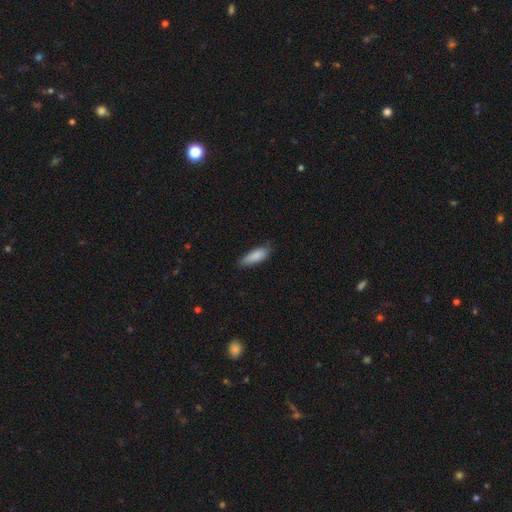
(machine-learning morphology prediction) A smooth galaxy with no disk features (85%) that is in between round and cigar-shaped (67%).

Vote fractions:
- Smooth or featured? smooth: 85% / featured or disk: 8% / star or artifact: 6%
- How rounded? in between: 67% / cigar-shaped: 31% / round: 2%
- Merging? none: 67% / minor disturbance: 27% / major disturbance: 4% / merger: 1%